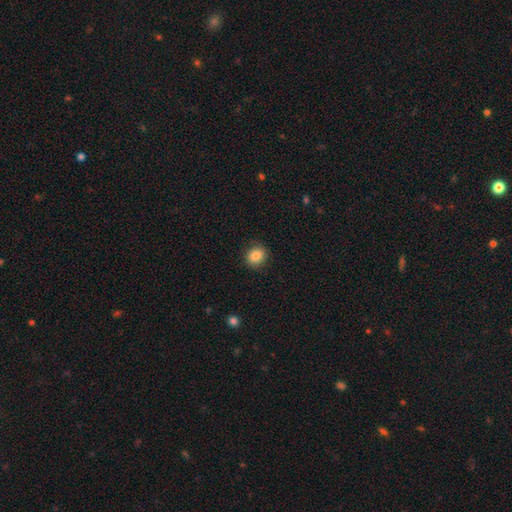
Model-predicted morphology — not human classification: This is clearly a smooth galaxy (84%). How rounded: likely round (70%). Merging: clearly none (86%).